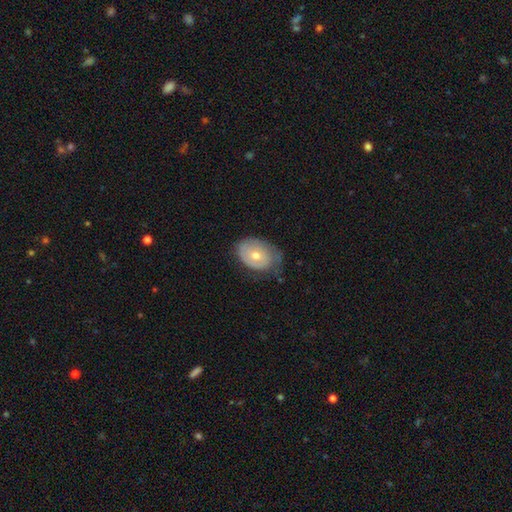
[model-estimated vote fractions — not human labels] Overall: featured or disk (50%; smooth 43%). Edge-on disk: no (94%). Merging: none (53%; minor disturbance 33%).